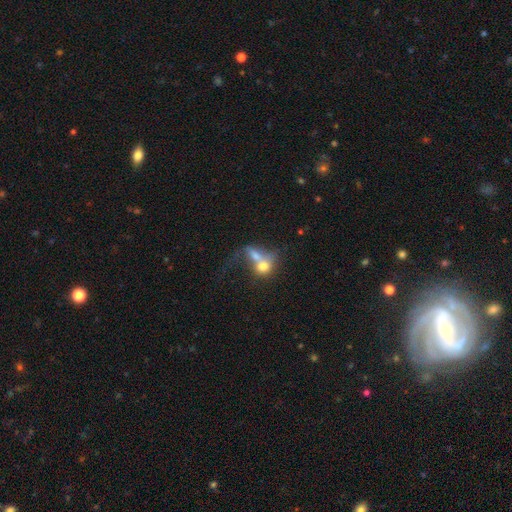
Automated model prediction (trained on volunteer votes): This is likely a smooth galaxy (65%). How rounded: possibly in between (53%). Merging: likely merger (72%).